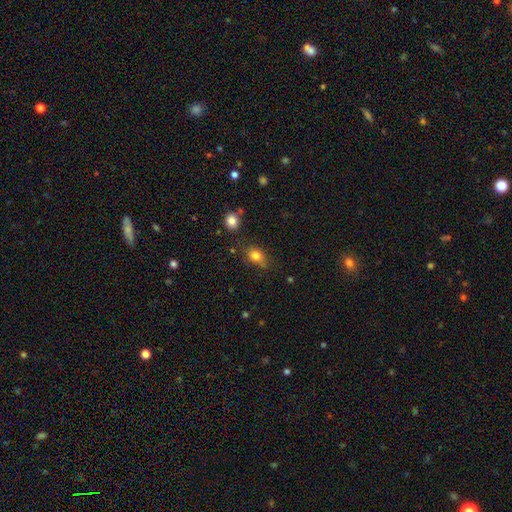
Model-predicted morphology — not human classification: Smooth or featured? Predicted: smooth (p=0.81). How rounded? Predicted: in between (p=0.66). Merging? Predicted: none (p=0.69).